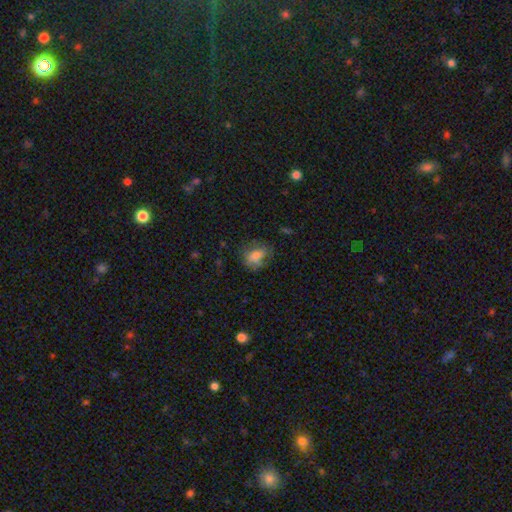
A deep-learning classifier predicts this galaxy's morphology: type=smooth (69%); roundness=in between (55%); merging=none (61%).